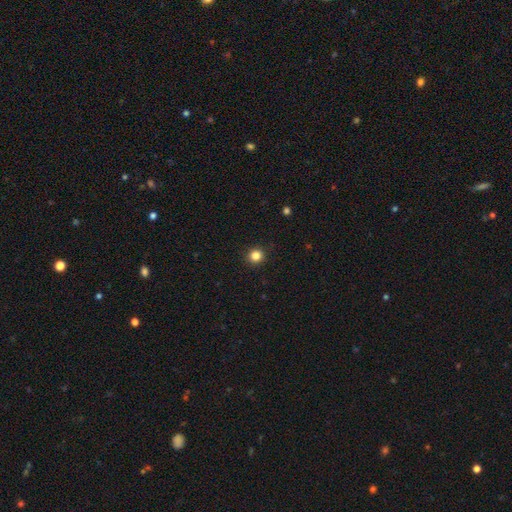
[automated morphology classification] smooth-or-featured: smooth: 84% | star or artifact: 12% | featured or disk: 4%
  how-rounded: round: 92% | in between: 7% | cigar-shaped: 1%
  merging: none: 92% | minor disturbance: 5% | major disturbance: 2% | merger: 1%